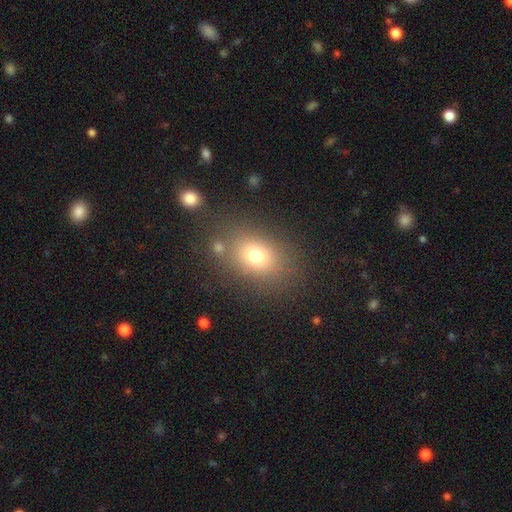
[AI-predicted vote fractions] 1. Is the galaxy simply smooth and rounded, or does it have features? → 74% smooth, 15% star or artifact, 12% featured or disk.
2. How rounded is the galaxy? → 63% in between, 35% round, 1% cigar-shaped.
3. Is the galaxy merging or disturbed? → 76% none, 12% minor disturbance, 6% merger, 6% major disturbance.